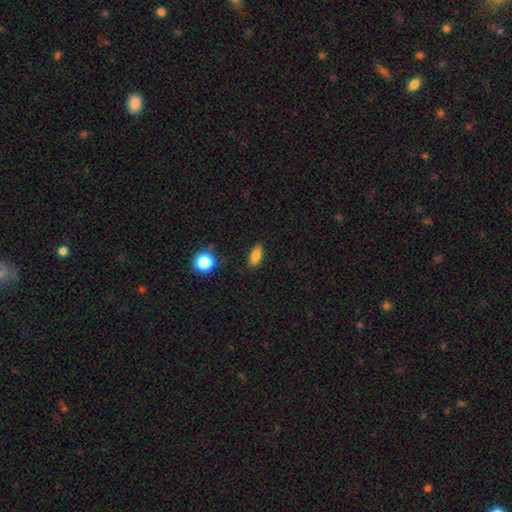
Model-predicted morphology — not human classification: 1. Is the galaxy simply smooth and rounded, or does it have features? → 83% smooth, 10% star or artifact, 7% featured or disk.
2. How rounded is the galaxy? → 79% in between, 15% cigar-shaped, 6% round.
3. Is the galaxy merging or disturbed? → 84% none, 12% minor disturbance, 3% major disturbance, 2% merger.